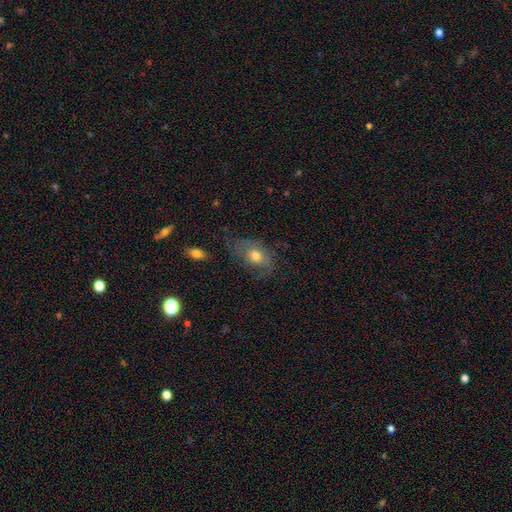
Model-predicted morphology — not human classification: Overall: smooth (60%; featured or disk 30%). How rounded: in between (77%). Merging: none (50%; minor disturbance 27%).